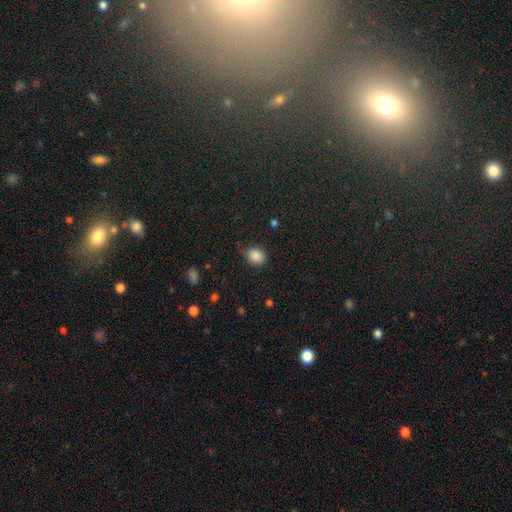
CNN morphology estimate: The model was most divided on "how rounded": round: 66%, in between: 33%, cigar-shaped: 1%. More confident: smooth or featured — smooth (86%); merging — none (75%).